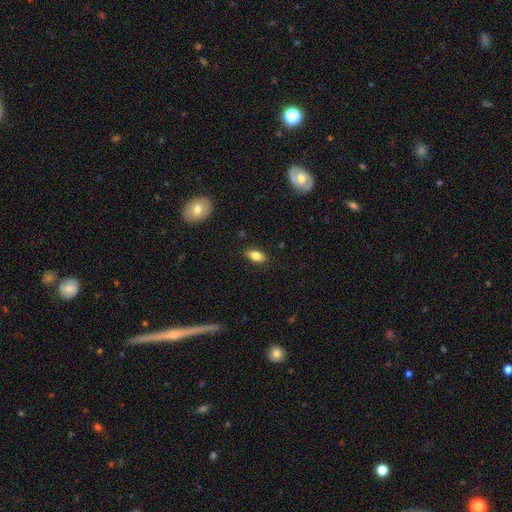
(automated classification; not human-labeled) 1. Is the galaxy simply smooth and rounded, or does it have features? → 79% smooth, 14% featured or disk, 8% star or artifact.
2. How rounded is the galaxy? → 86% in between, 10% cigar-shaped, 4% round.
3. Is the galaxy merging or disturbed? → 87% none, 10% minor disturbance, 2% major disturbance, 1% merger.